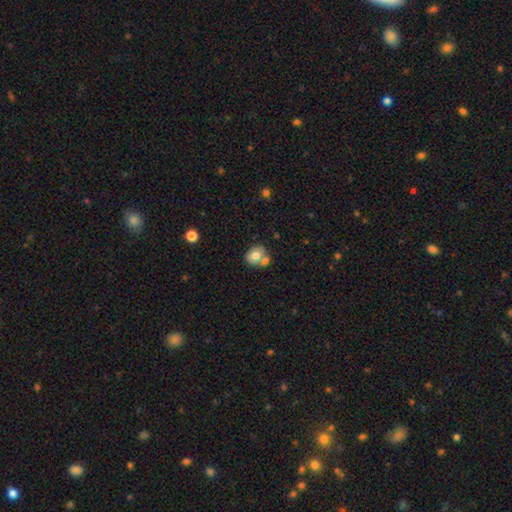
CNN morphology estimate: Overall: smooth (73%). How rounded: round (64%; in between 35%). Merging: none (49%; merger 36%).